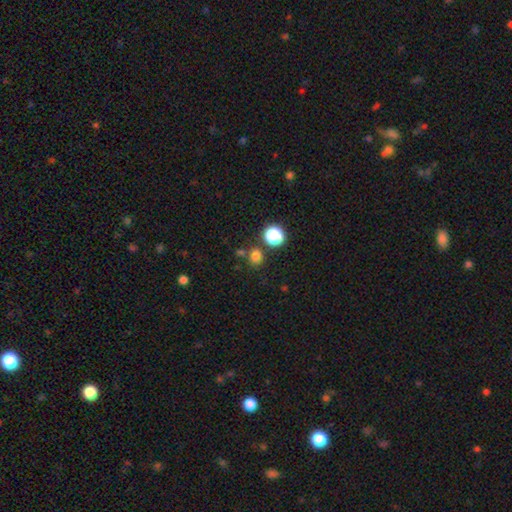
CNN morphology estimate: The model was most divided on "smooth or featured": smooth: 76%, star or artifact: 19%, featured or disk: 5%. More confident: how rounded — round (81%); merging — none (75%).